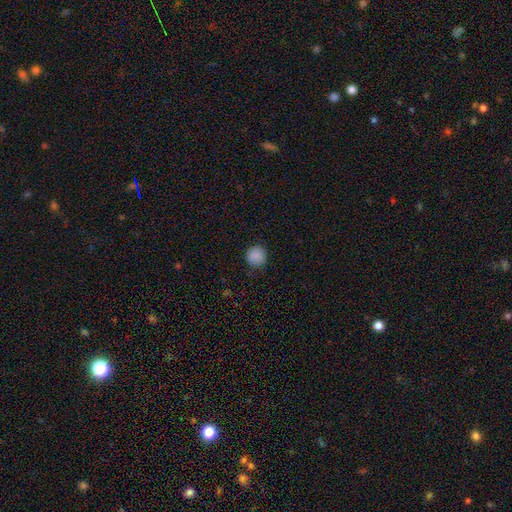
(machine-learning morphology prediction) smooth-or-featured: smooth: 88% | star or artifact: 9% | featured or disk: 3%
  how-rounded: round: 92% | in between: 7% | cigar-shaped: 1%
  merging: none: 87% | minor disturbance: 9% | major disturbance: 2% | merger: 1%